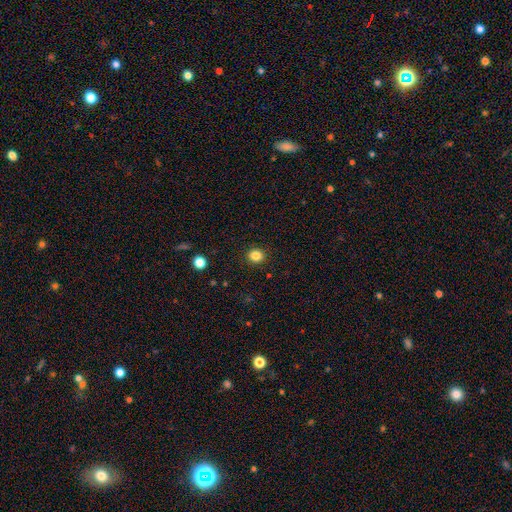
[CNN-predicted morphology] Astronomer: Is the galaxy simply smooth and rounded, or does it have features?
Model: smooth — 84%.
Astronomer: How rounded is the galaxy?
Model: round — 83%.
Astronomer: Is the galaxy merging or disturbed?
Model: none — 91%.